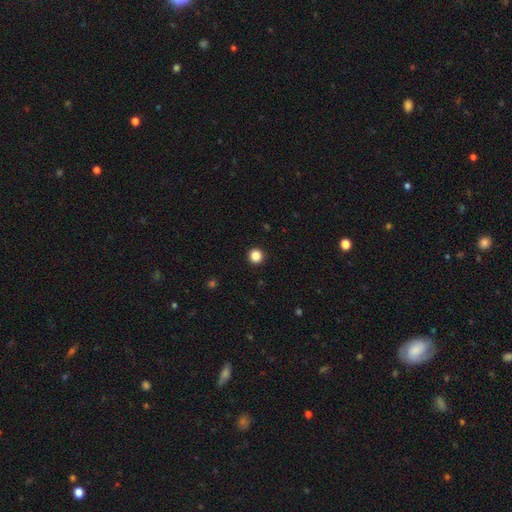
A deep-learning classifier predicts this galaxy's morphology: Smooth or featured: smooth — 87% (star or artifact — 11%)
How rounded: round — 95% (in between — 4%)
Merging: none — 94% (minor disturbance — 4%)